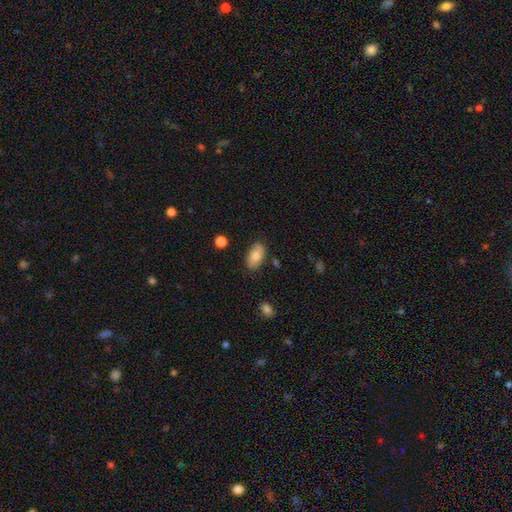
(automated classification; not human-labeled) This is likely a smooth galaxy (76%). How rounded: clearly in between (93%). Merging: clearly none (82%).